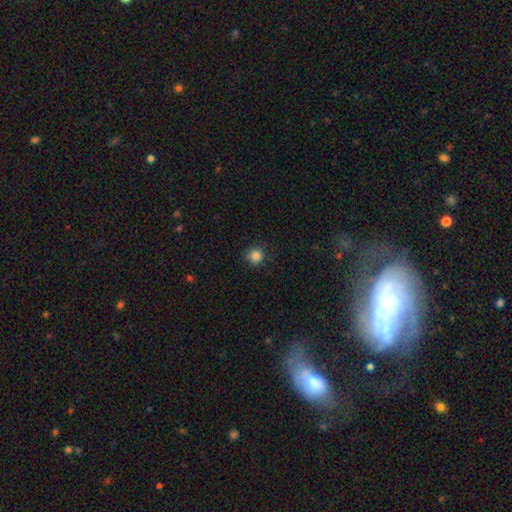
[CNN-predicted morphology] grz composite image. It shows a smooth galaxy with no disk features (84%) that is round (91%). Merging: none (84%).